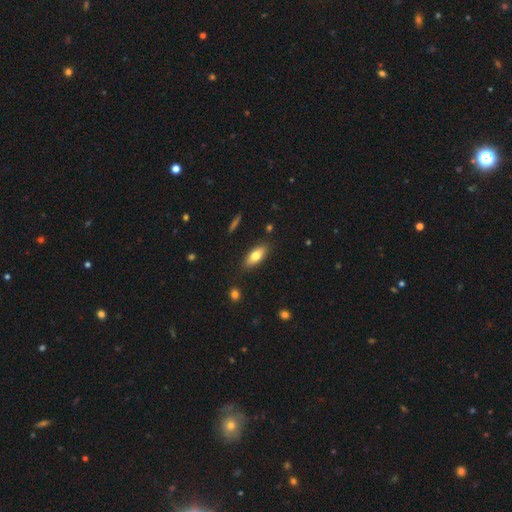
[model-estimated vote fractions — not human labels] Smooth or featured? smooth (73%)
How rounded? in between (78%)
Merging? none (86%)